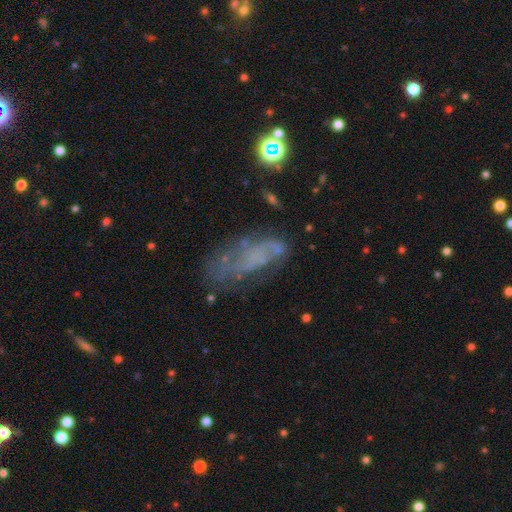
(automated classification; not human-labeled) smooth_or_featured: featured or disk (p=0.52) [alt: smooth p=0.33]
disk_edge_on: no (p=0.92) [alt: yes p=0.08]
merging: none (p=0.44) [alt: major disturbance p=0.27]